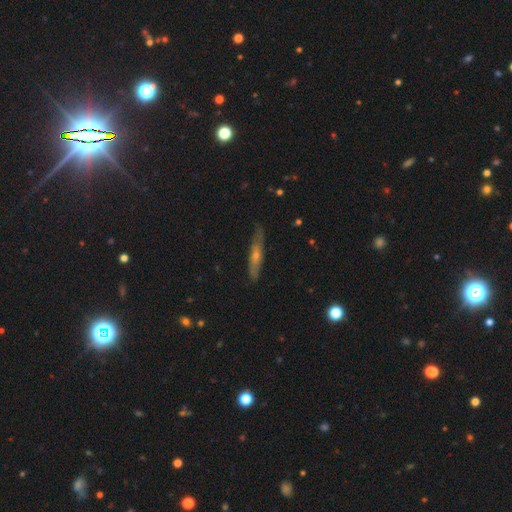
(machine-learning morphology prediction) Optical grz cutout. It shows a featured or disk galaxy (56%) viewed edge-on (79%). Merging: none (80%).